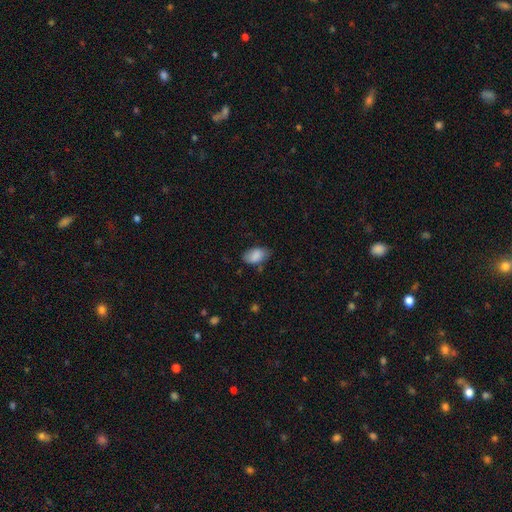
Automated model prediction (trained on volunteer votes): Q: Smooth or featured?
A: smooth (86%); runner-up: star or artifact (7%)
Q: How rounded?
A: in between (92%); runner-up: round (6%)
Q: Merging?
A: none (68%); runner-up: minor disturbance (24%)